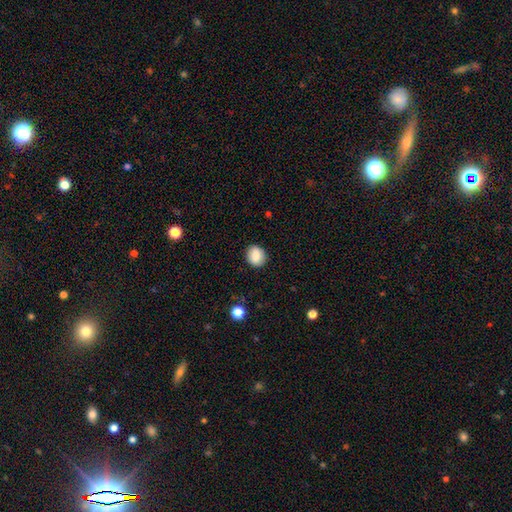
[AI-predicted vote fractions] This appears to be a smooth galaxy with no disk features (83%) that is round (63%). Merging: none (87%).